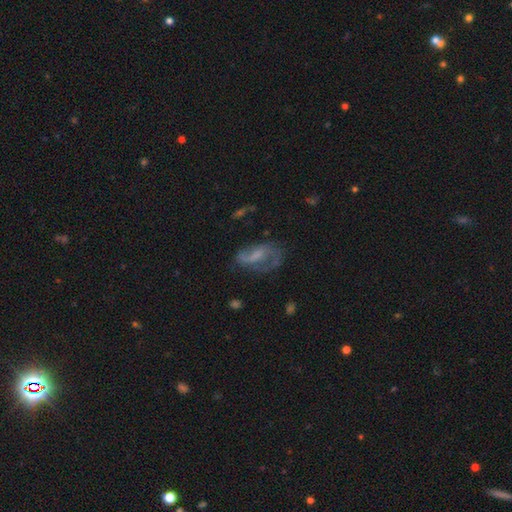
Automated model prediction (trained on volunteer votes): Overall: featured or disk (63%; smooth 26%). Edge-on disk: no (95%). Bar: weak (43%; no 40%). Spiral arms: yes (77%). Bulge size: none (43%; small 27%). Merging: none (47%; major disturbance 26%).